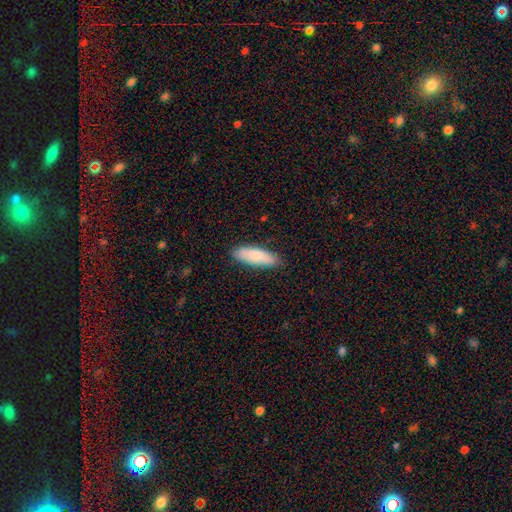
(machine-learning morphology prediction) smooth 85%, featured or disk 10%, star or artifact 5%. Down the decision tree: how rounded — in between (58%); merging — none (85%).